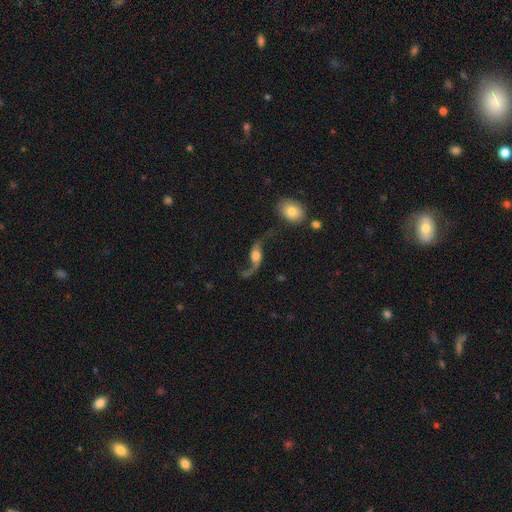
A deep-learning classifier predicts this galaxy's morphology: featured or disk 81%, smooth 12%, star or artifact 7%. Down the decision tree: edge-on disk — no (92%); bar — no (55%); spiral arms — yes (94%); spiral arm count — 2 (90%); spiral winding — loose (93%); bulge size — large (34%); merging — none (56%).